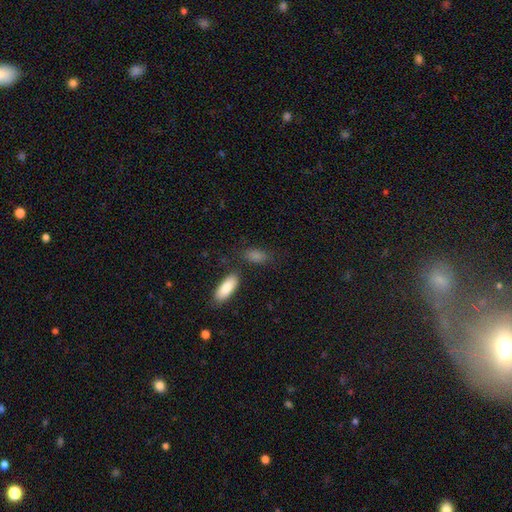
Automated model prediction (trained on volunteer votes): Smooth or featured: smooth — 77% (star or artifact — 12%)
How rounded: in between — 73% (cigar-shaped — 22%)
Merging: none — 68% (minor disturbance — 16%)